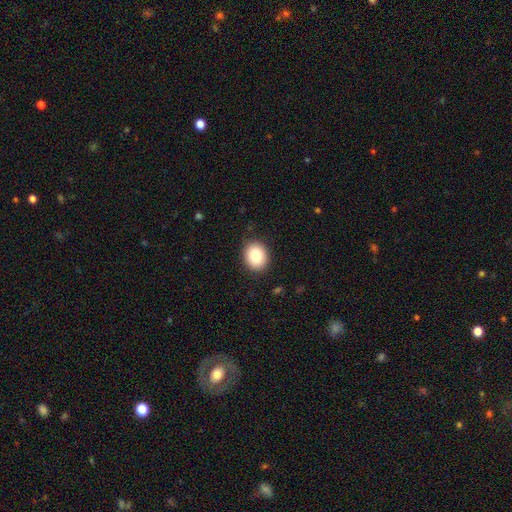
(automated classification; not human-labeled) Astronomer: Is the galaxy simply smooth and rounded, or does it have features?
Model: smooth — 85%.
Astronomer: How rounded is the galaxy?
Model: round — 51% (runner-up: in between, 49%).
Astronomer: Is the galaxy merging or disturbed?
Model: none — 89%.